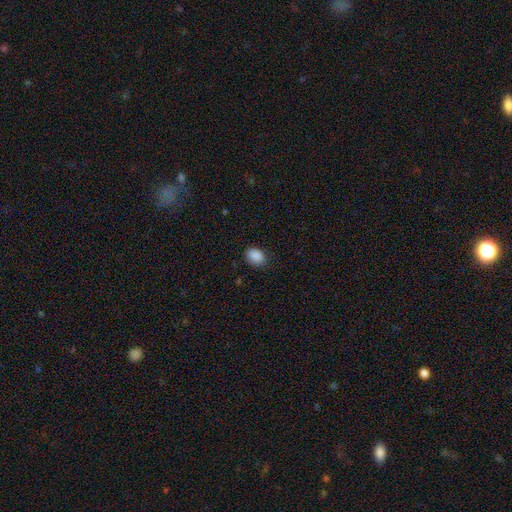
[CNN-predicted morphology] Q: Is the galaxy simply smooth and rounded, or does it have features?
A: smooth — 88%.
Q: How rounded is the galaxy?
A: in between — 66%.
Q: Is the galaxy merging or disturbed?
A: none — 82%.